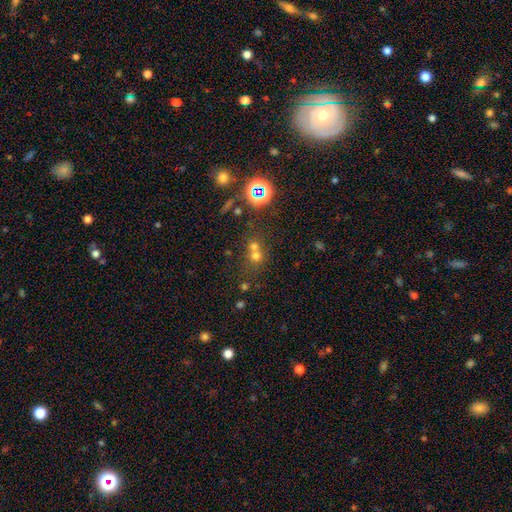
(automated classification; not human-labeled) Q: Smooth or featured?
A: smooth (60%); runner-up: star or artifact (27%)
Q: How rounded?
A: round (83%); runner-up: in between (15%)
Q: Merging?
A: merger (47%); runner-up: none (43%)